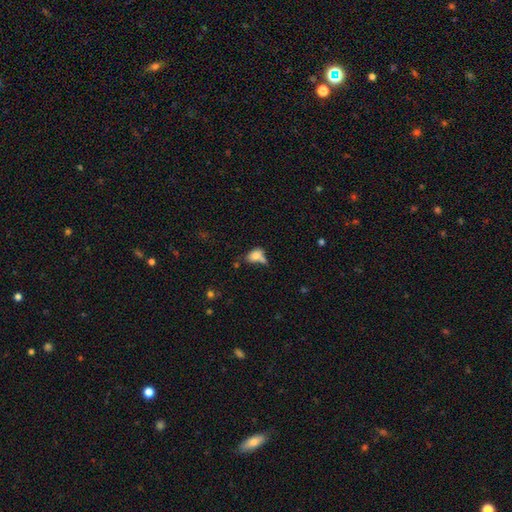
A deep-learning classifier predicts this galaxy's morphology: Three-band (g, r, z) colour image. It shows a smooth galaxy with no disk features (75%) that is in between round and cigar-shaped (83%). Merging: merger (36%).